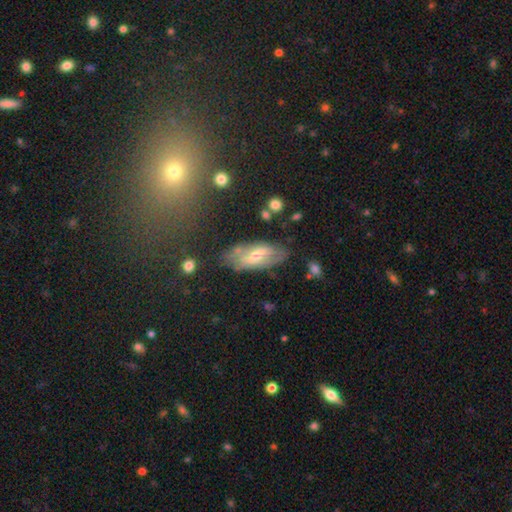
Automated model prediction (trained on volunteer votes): Smooth or featured: featured or disk — 60% (smooth — 32%)
Edge-on disk: no — 84% (yes — 16%)
Bar: weak — 46% (strong — 31%)
Spiral arms: yes — 61% (no — 39%)
Bulge size: moderate — 50% (small — 42%)
Merging: none — 69% (minor disturbance — 20%)